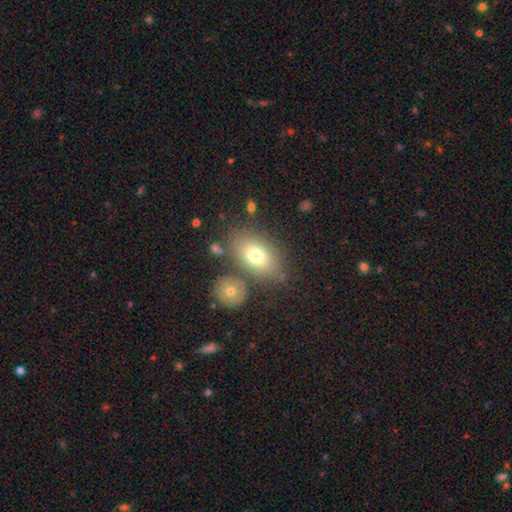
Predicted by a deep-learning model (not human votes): Q: Smooth or featured?
A: smooth (73%); runner-up: featured or disk (17%)
Q: How rounded?
A: in between (83%); runner-up: round (15%)
Q: Merging?
A: none (71%); runner-up: minor disturbance (13%)